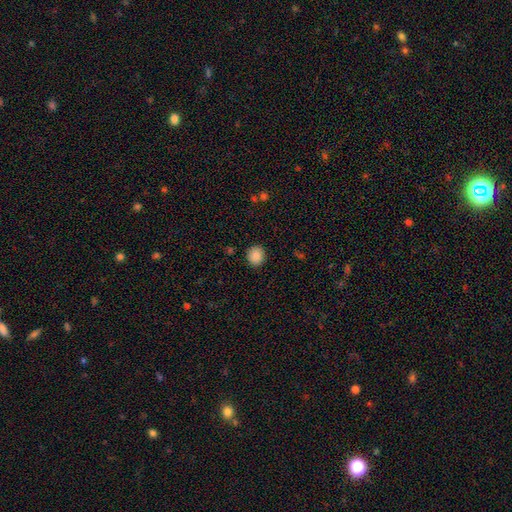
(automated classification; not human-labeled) A smooth galaxy with no disk features (88%) that is round (81%). Merging: none (91%).